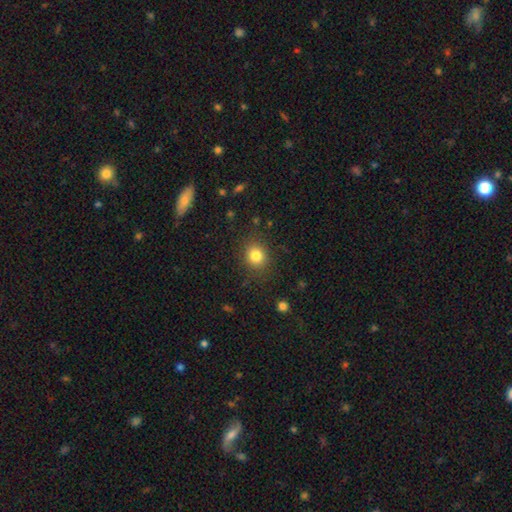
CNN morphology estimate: This is clearly a smooth galaxy (83%). How rounded: likely round (79%). Merging: clearly none (87%).